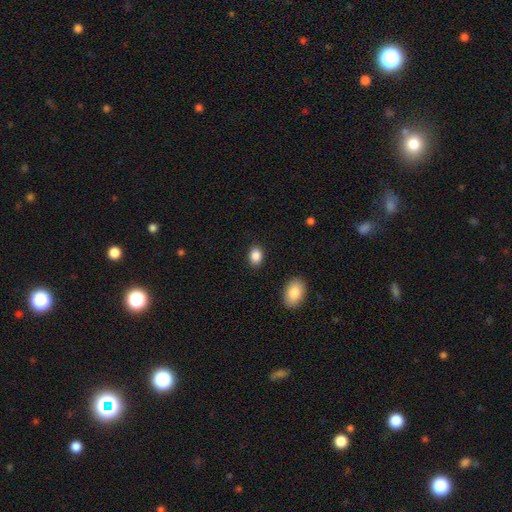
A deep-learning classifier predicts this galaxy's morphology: Q: Smooth or featured?
A: smooth (87%); runner-up: star or artifact (9%)
Q: How rounded?
A: in between (67%); runner-up: round (32%)
Q: Merging?
A: none (86%); runner-up: minor disturbance (9%)